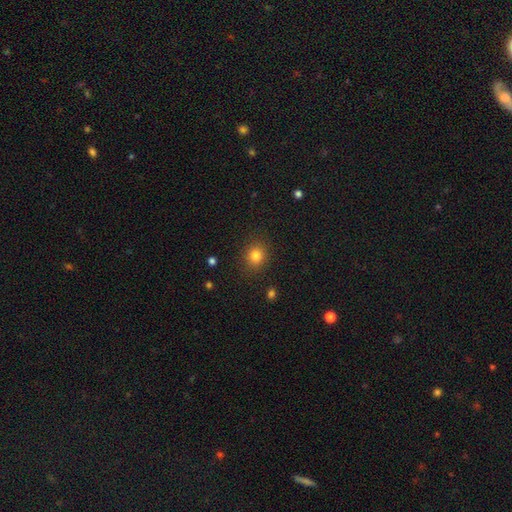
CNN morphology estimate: Overall: smooth (82%). How rounded: round (79%). Merging: none (88%).